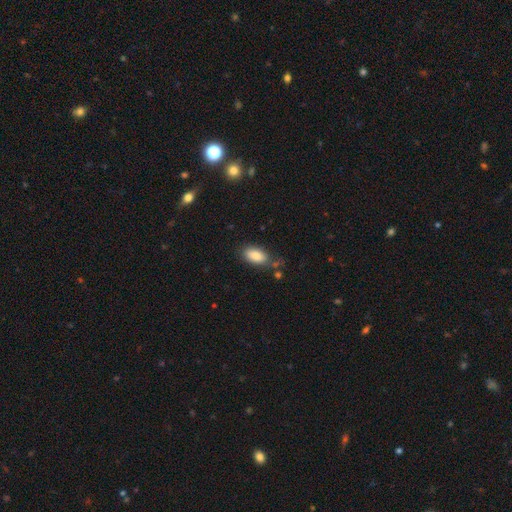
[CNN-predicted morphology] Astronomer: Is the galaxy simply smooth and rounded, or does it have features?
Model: smooth — 84%.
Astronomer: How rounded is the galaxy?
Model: in between — 92%.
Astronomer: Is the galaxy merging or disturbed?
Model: none — 68%.